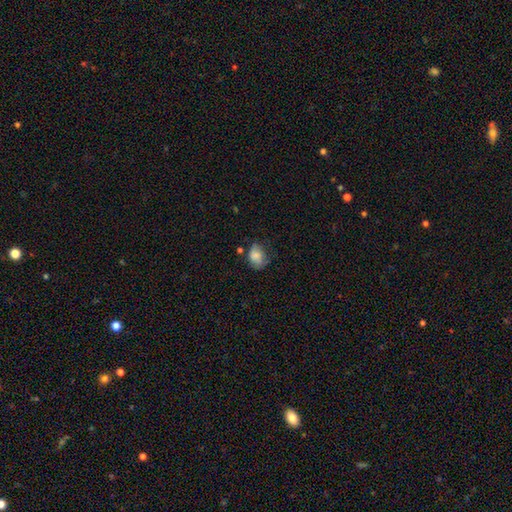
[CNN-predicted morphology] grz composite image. It shows a smooth galaxy with no disk features (78%) that is in between round and cigar-shaped (68%). Merging: none (47%).